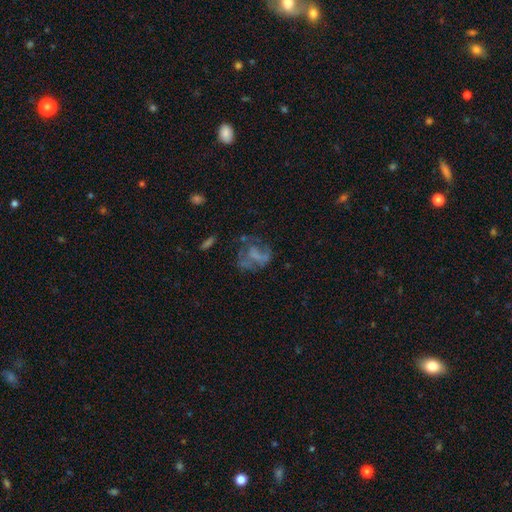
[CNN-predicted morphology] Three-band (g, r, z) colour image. It shows a featured or disk galaxy (53%) with no bar (75%), no spiral arms (67%) and no central bulge (70%). Merging: none (40%).